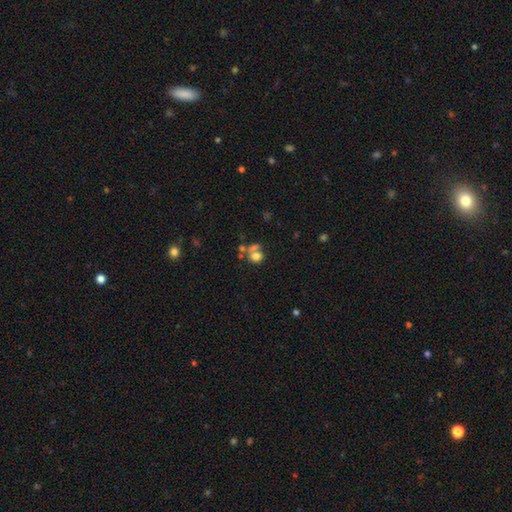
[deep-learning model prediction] Smooth or featured?
  - smooth: 69% *
  - featured or disk: 17%
  - star or artifact: 14%
How rounded?
  - round: 67% *
  - in between: 32%
  - cigar-shaped: 1%
Merging?
  - merger: 40% *
  - none: 37%
  - minor disturbance: 12%
  - major disturbance: 11%